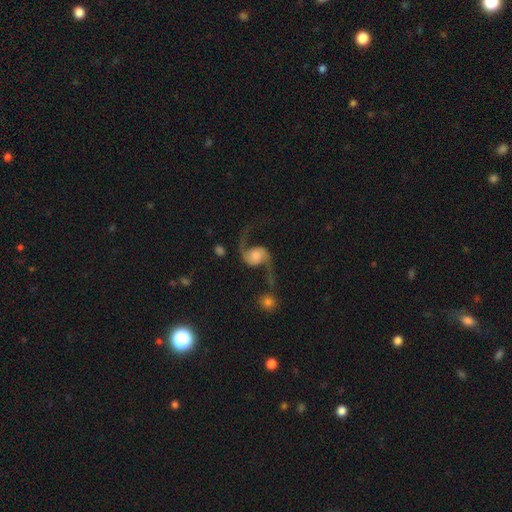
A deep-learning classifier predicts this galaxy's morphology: smooth-or-featured: featured or disk: 90% | smooth: 5% | star or artifact: 5%
  disk-edge-on: no: 98% | yes: 2%
    bar: no: 64% | weak: 28% | strong: 8%
    has-spiral-arms: yes: 98% | no: 2%
      spiral-winding: loose: 82% | medium: 15% | tight: 3%
      spiral-arm-count: 2: 94% | 1: 2% | can't tell: 1% | 3: 1% | 4: 1% | more than 4: 1%
    bulge-size: large: 33% | moderate: 28% | none: 16% | small: 14% | dominant: 9%
  merging: none: 69% | minor disturbance: 15% | major disturbance: 11% | merger: 5%